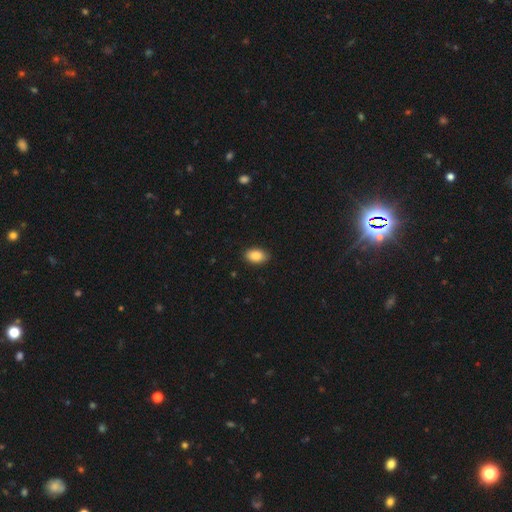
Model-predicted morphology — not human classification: A smooth galaxy with no disk features (88%) that is in between round and cigar-shaped (91%). Merging: none (88%).